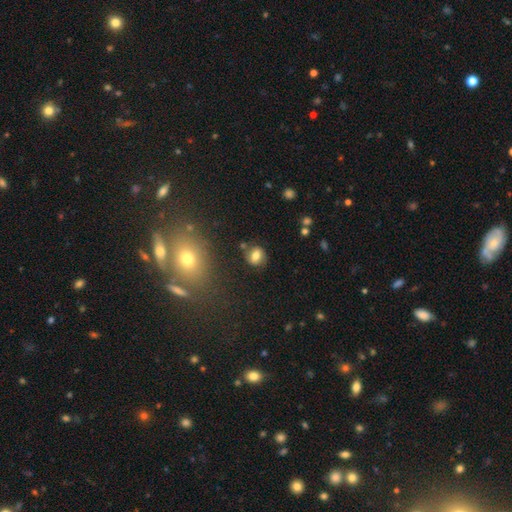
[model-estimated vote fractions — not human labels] smooth-or-featured: smooth: 68% | featured or disk: 21% | star or artifact: 11%
  how-rounded: round: 61% | in between: 37% | cigar-shaped: 1%
  merging: none: 77% | minor disturbance: 14% | merger: 5% | major disturbance: 5%